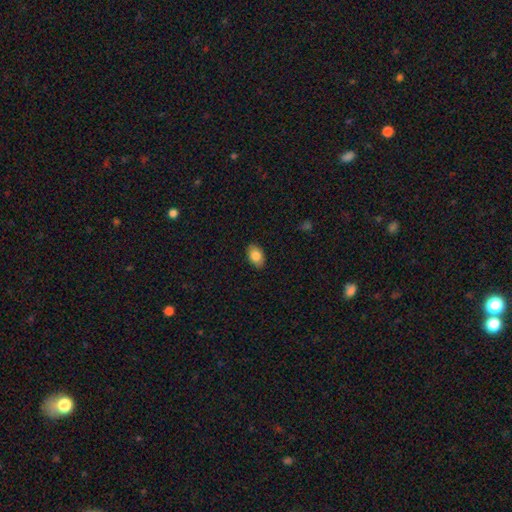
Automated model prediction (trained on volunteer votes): A smooth galaxy with no disk features (84%) that is in between round and cigar-shaped (88%).

Vote fractions:
- Smooth or featured? smooth: 84% / featured or disk: 9% / star or artifact: 7%
- How rounded? in between: 88% / round: 11% / cigar-shaped: 1%
- Merging? none: 89% / minor disturbance: 8% / major disturbance: 2% / merger: 1%